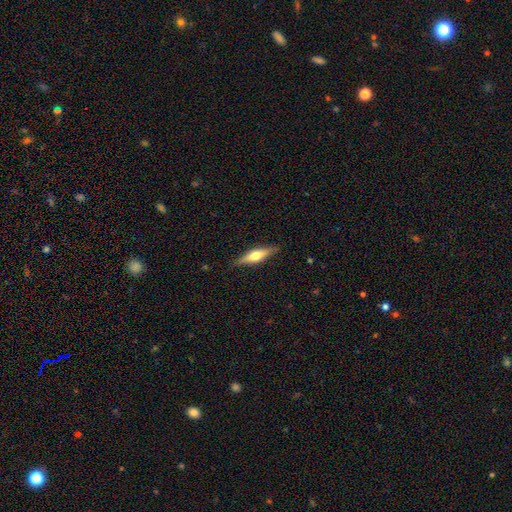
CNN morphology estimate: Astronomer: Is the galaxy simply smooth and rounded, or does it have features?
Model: featured or disk — 52% (runner-up: smooth, 43%).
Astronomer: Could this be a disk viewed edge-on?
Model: yes — 92%.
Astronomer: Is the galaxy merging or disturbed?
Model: none — 86%.